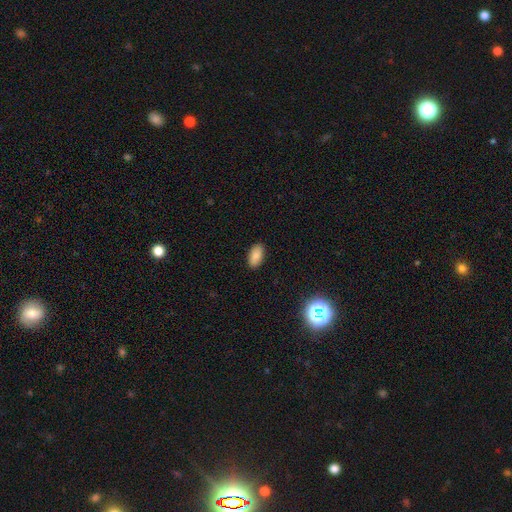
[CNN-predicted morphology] smooth_or_featured: smooth (p=0.84) [alt: star or artifact p=0.09]
how_rounded: in between (p=0.94) [alt: round p=0.03]
merging: none (p=0.89) [alt: minor disturbance p=0.08]